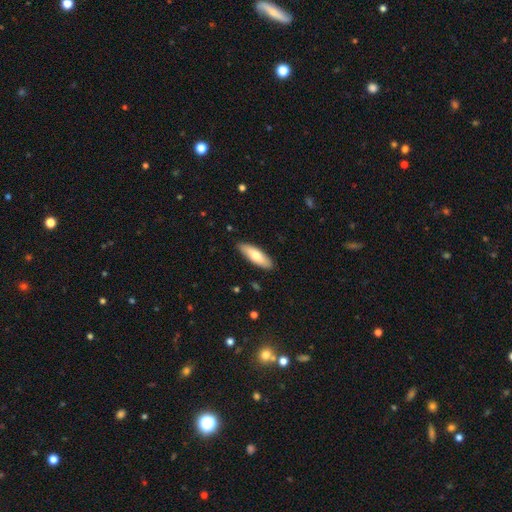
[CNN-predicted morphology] This appears to be a smooth galaxy with no disk features (73%) that is in between round and cigar-shaped (50%). Merging: none (88%).